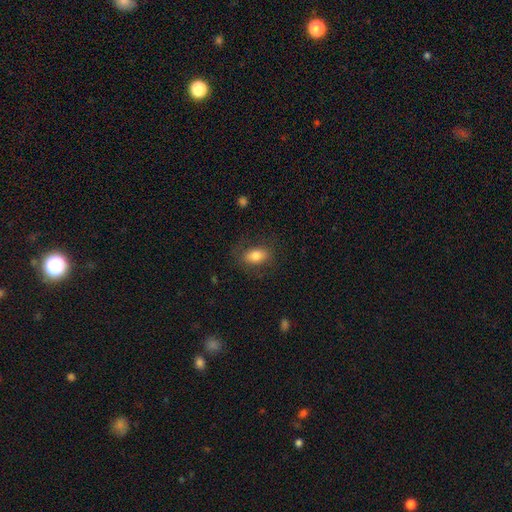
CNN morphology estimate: Q: Smooth or featured?
A: smooth (79%); runner-up: featured or disk (13%)
Q: How rounded?
A: in between (88%); runner-up: round (9%)
Q: Merging?
A: none (78%); runner-up: minor disturbance (14%)